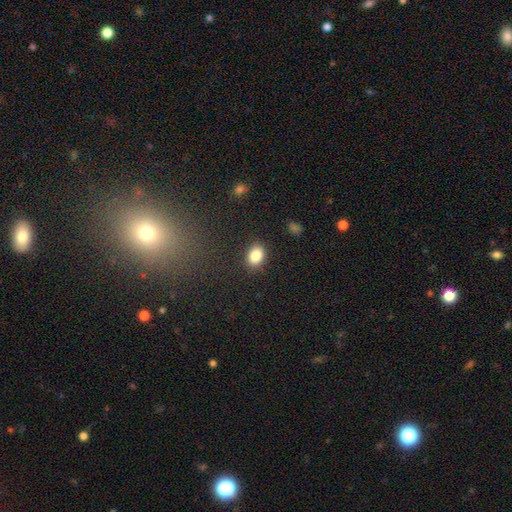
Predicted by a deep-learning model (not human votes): smooth 85%, star or artifact 9%, featured or disk 6%. Down the decision tree: how rounded — in between (70%); merging — none (87%).